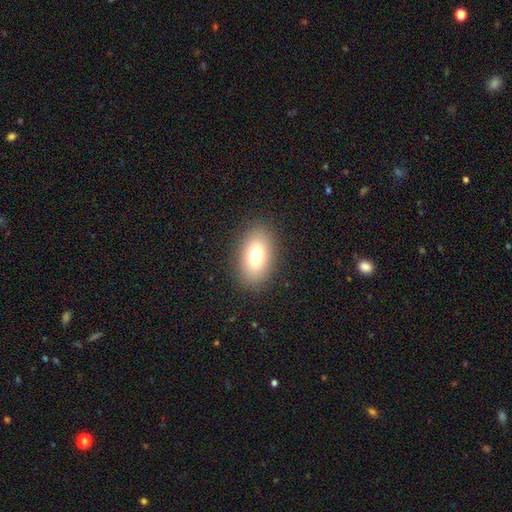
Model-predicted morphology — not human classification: A smooth galaxy with no disk features (75%) that is in between round and cigar-shaped (87%). Merging: none (87%).